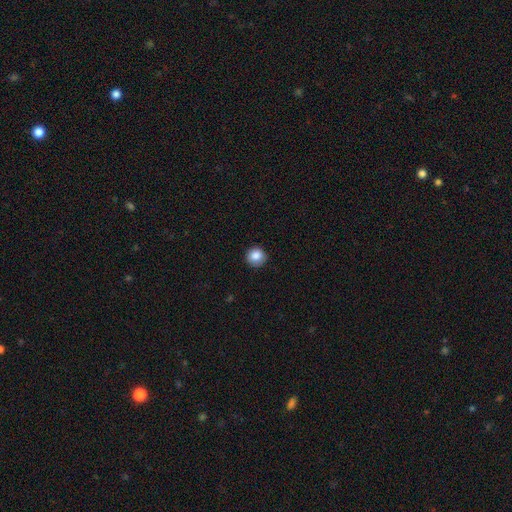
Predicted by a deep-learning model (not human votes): The model was most divided on "merging": none: 86%, minor disturbance: 11%, major disturbance: 2%, merger: 1%. More confident: how rounded — round (92%); smooth or featured — smooth (85%).